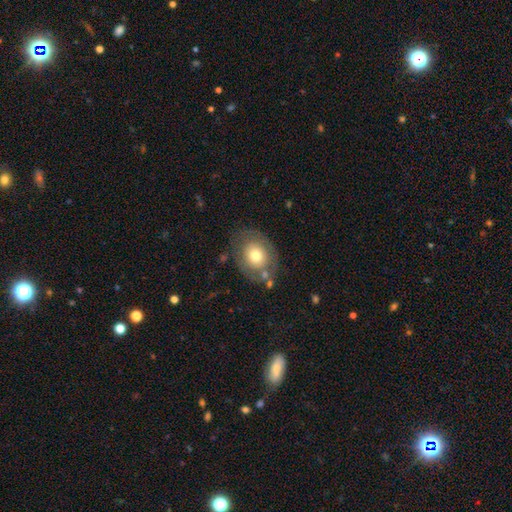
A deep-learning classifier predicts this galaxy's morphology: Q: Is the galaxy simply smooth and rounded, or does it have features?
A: smooth — 62%.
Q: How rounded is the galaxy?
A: in between — 50%.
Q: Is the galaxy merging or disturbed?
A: none — 67%.